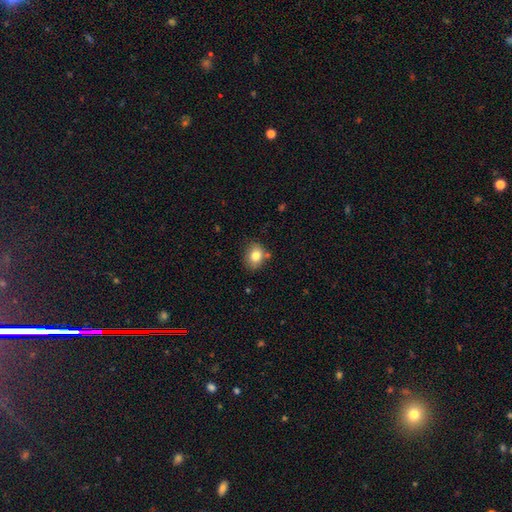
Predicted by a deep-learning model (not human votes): A smooth galaxy with no disk features (80%) that is round (52%). Merging: none (76%).